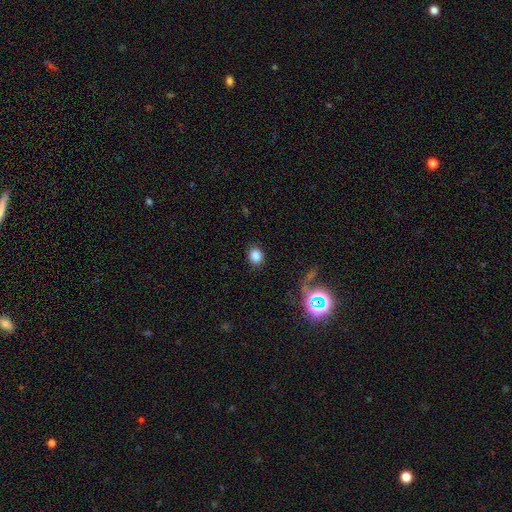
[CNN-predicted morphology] Overall: smooth (83%). How rounded: round (57%; in between 42%). Merging: none (84%).